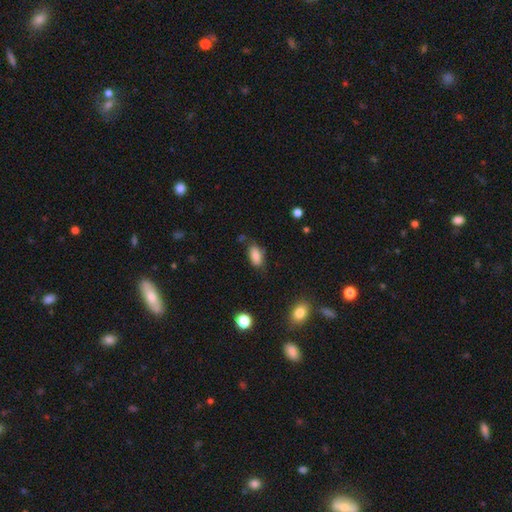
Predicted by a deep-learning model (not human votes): Smooth or featured? smooth (83%)
How rounded? in between (89%)
Merging? none (65%)